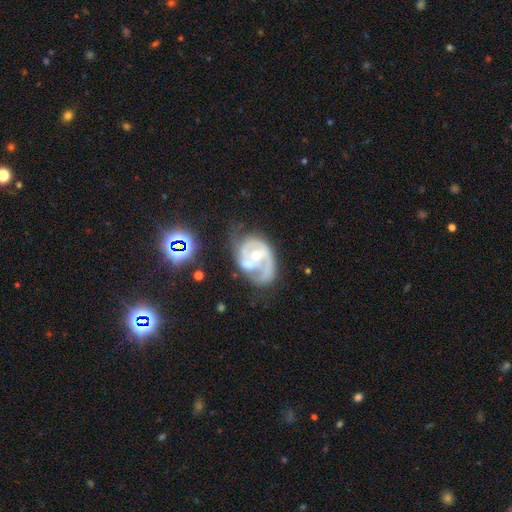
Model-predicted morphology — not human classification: Smooth or featured?
  - featured or disk: 79% *
  - smooth: 14%
  - star or artifact: 6%
Edge-on disk?
  - no: 97% *
  - yes: 3%
Bar?
  - no: 59% *
  - weak: 30%
  - strong: 10%
Spiral arms?
  - yes: 76% *
  - no: 24%
Spiral winding?
  - medium: 43% *
  - tight: 33%
  - loose: 24%
Spiral arm count?
  - 2: 49% *
  - 1: 25%
  - can't tell: 18%
  - 3: 5%
  - 4: 2%
  - more than 4: 2%
Bulge size?
  - moderate: 63% *
  - small: 31%
  - large: 4%
  - none: 2%
  - dominant: 1%
Merging?
  - none: 30% *
  - major disturbance: 28%
  - minor disturbance: 22%
  - merger: 21%